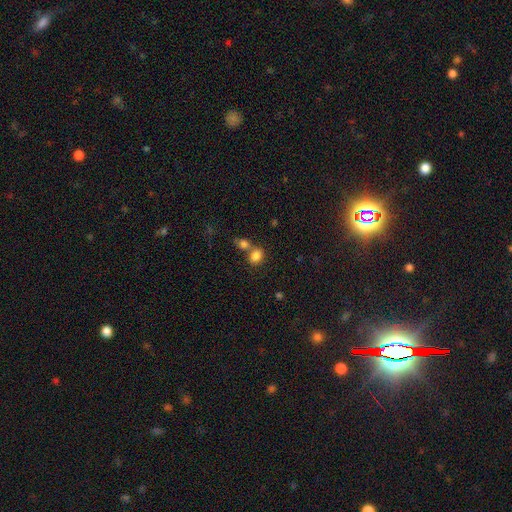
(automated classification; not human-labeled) The model was most divided on "merging": none: 44%, merger: 42%, minor disturbance: 9%, major disturbance: 4%. More confident: smooth or featured — smooth (83%); how rounded — in between (63%).